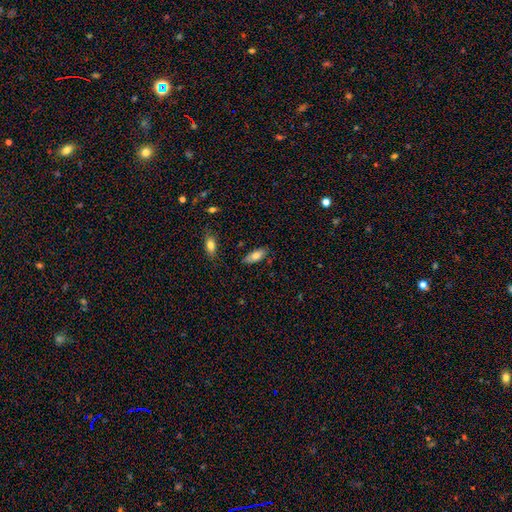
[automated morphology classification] smooth_or_featured: smooth (p=0.76) [alt: featured or disk p=0.17]
how_rounded: in between (p=0.83) [alt: cigar-shaped p=0.15]
merging: none (p=0.81) [alt: minor disturbance p=0.14]